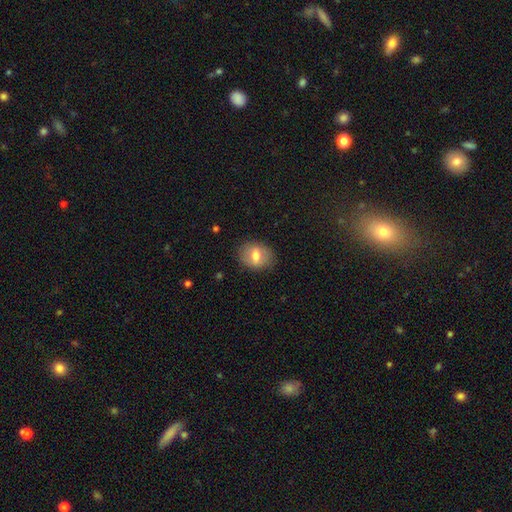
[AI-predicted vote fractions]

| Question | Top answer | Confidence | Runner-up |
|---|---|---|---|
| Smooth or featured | smooth | 62% | featured or disk (30%) |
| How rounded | in between | 56% | round (43%) |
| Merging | none | 82% | minor disturbance (13%) |